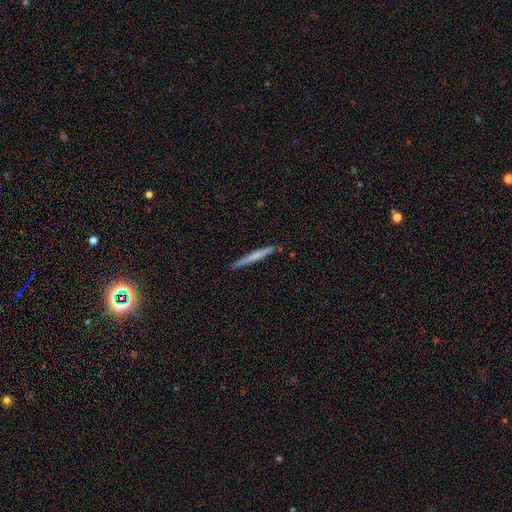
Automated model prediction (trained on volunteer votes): smooth-or-featured: smooth: 58% | featured or disk: 37% | star or artifact: 5%
  how-rounded: cigar-shaped: 97% | in between: 2% | round: 1%
  merging: none: 89% | minor disturbance: 8% | major disturbance: 1% | merger: 1%